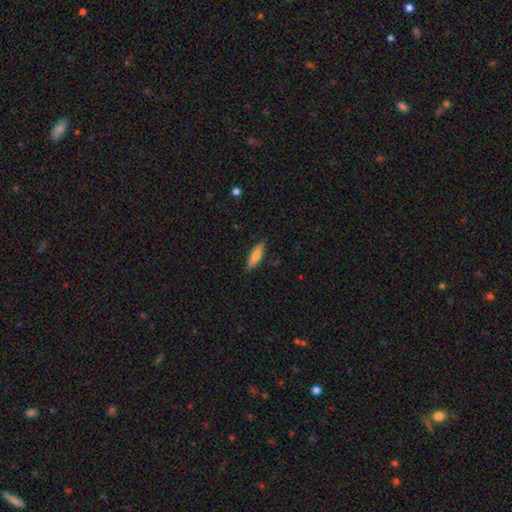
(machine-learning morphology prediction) type=smooth (68%); roundness=cigar-shaped (63%); merging=none (86%).